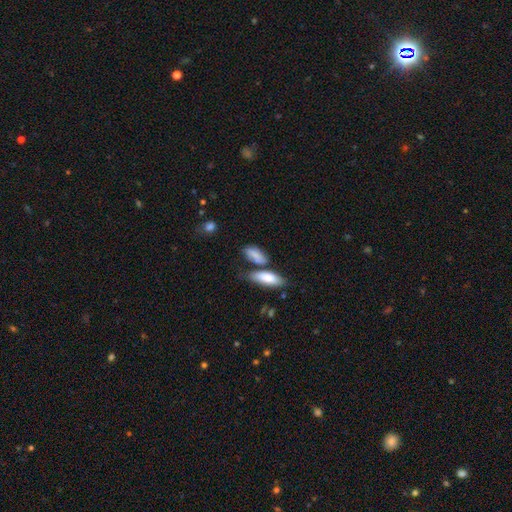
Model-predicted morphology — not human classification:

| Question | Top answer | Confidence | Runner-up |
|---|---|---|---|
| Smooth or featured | smooth | 81% | featured or disk (12%) |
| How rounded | in between | 77% | cigar-shaped (18%) |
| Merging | none | 47% | merger (27%) |